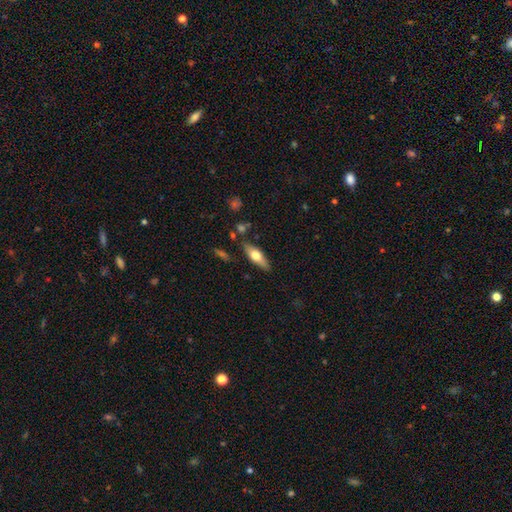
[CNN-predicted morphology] Overall: smooth (57%; featured or disk 36%). How rounded: in between (58%; cigar-shaped 39%). Merging: none (82%).